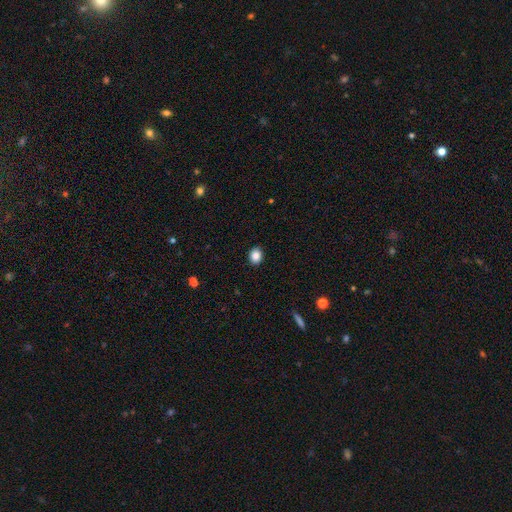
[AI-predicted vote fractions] A smooth galaxy with no disk features (86%) that is round (54%).

Vote fractions:
- Smooth or featured? smooth: 86% / star or artifact: 9% / featured or disk: 4%
- How rounded? round: 54% / in between: 45% / cigar-shaped: 1%
- Merging? none: 90% / minor disturbance: 7% / major disturbance: 2% / merger: 1%